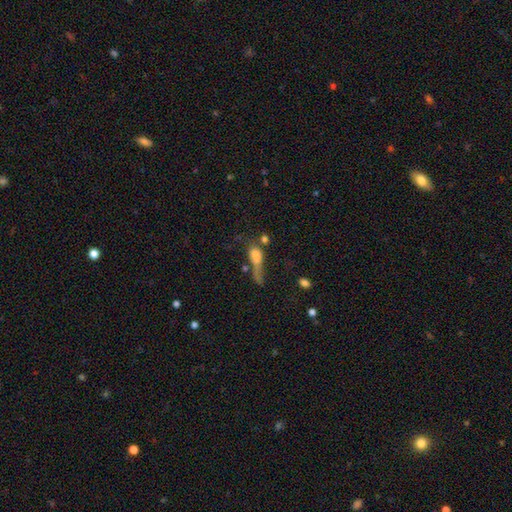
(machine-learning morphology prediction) type=smooth (60%); roundness=in between (49%); merging=major disturbance (41%).